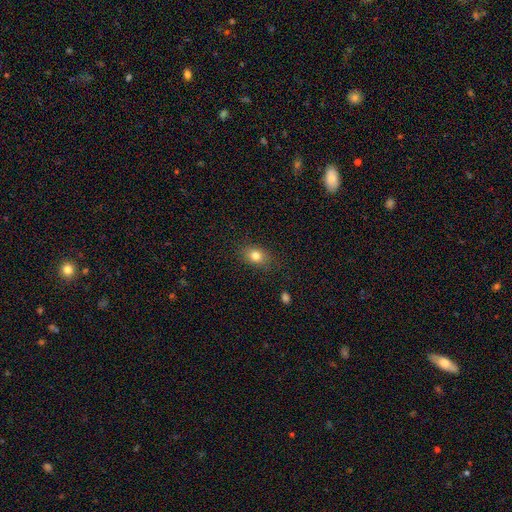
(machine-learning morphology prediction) This is likely a smooth galaxy (80%). How rounded: likely in between (62%). Merging: clearly none (83%).